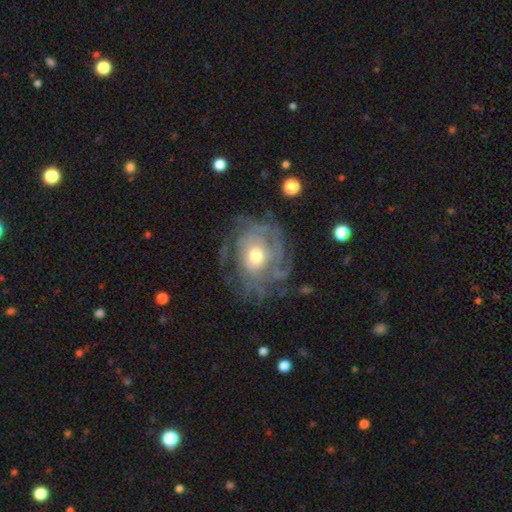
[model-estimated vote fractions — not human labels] Smooth or featured: featured or disk — 78% (smooth — 14%)
Edge-on disk: no — 97% (yes — 3%)
Bar: no — 82% (weak — 15%)
Spiral arms: yes — 81% (no — 19%)
Spiral winding: tight — 56% (medium — 29%)
Spiral arm count: can't tell — 49% (more than 4 — 12%)
Bulge size: moderate — 66% (small — 21%)
Merging: none — 61% (minor disturbance — 19%)